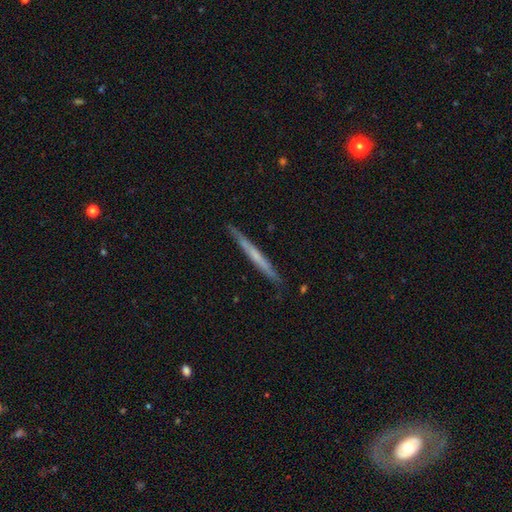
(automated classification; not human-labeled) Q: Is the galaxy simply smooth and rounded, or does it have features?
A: featured or disk — 53%.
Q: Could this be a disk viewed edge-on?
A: yes — 96%.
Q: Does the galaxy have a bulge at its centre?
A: none — 80%.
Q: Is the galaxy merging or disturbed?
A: none — 88%.